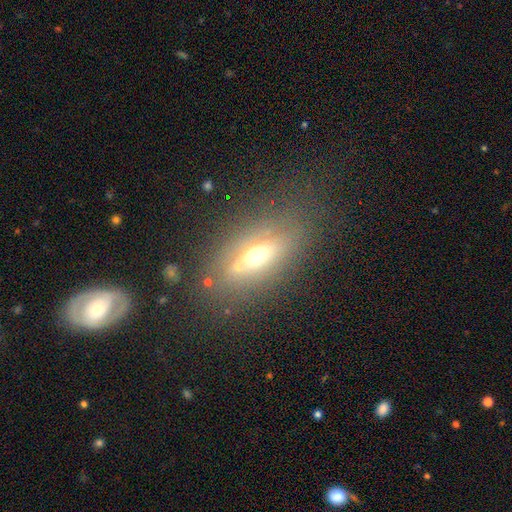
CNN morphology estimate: smooth 48%, featured or disk 39%, star or artifact 14%. Down the decision tree: merging — none (70%).